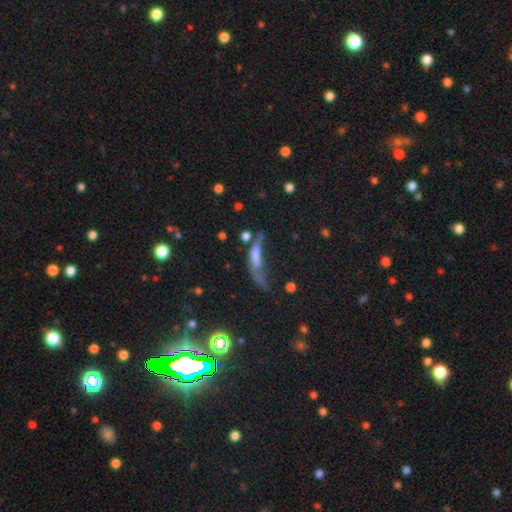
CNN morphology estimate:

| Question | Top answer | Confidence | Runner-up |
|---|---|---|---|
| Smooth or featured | smooth | 52% | featured or disk (34%) |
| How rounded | cigar-shaped | 56% | in between (39%) |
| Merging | major disturbance | 45% | none (19%) |